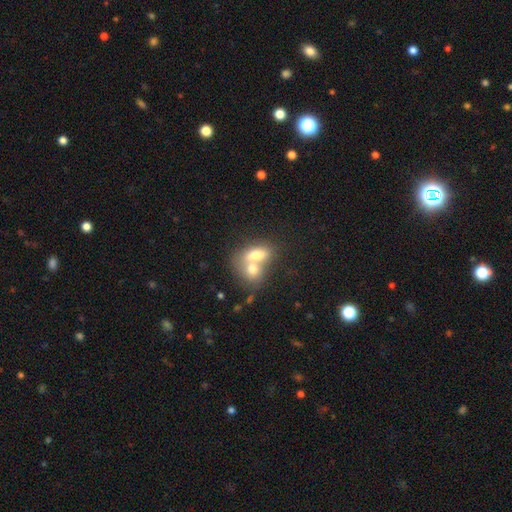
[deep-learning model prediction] Smooth or featured?
  - smooth: 71% *
  - featured or disk: 22%
  - star or artifact: 8%
How rounded?
  - in between: 75% *
  - round: 21%
  - cigar-shaped: 3%
Merging?
  - merger: 74% *
  - none: 17%
  - minor disturbance: 6%
  - major disturbance: 3%